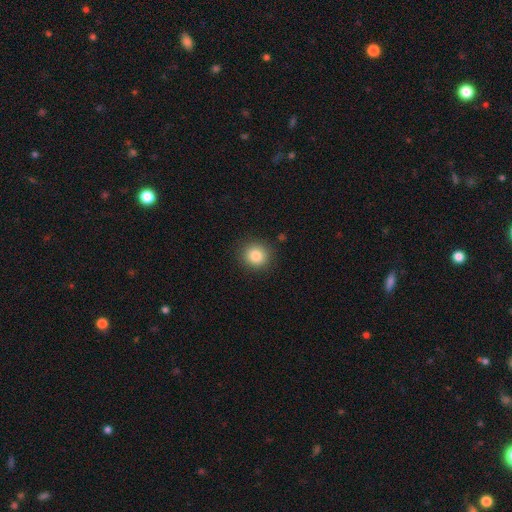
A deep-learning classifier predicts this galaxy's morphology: The model was most divided on "smooth or featured": smooth: 84%, star or artifact: 10%, featured or disk: 6%. More confident: how rounded — round (91%); merging — none (89%).